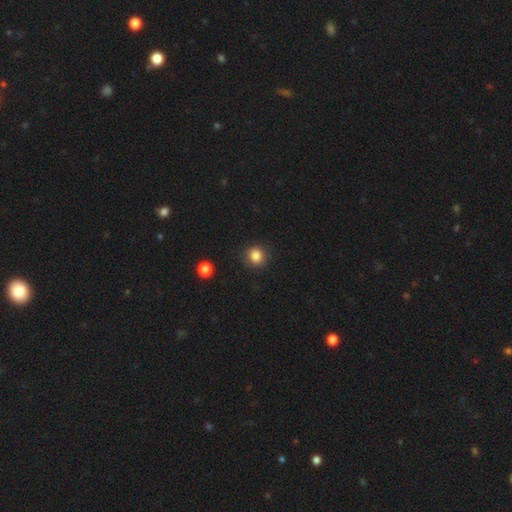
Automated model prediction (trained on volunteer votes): Smooth or featured?
  - smooth: 84% *
  - star or artifact: 11%
  - featured or disk: 4%
How rounded?
  - round: 89% *
  - in between: 10%
  - cigar-shaped: 1%
Merging?
  - none: 88% *
  - minor disturbance: 8%
  - major disturbance: 2%
  - merger: 1%